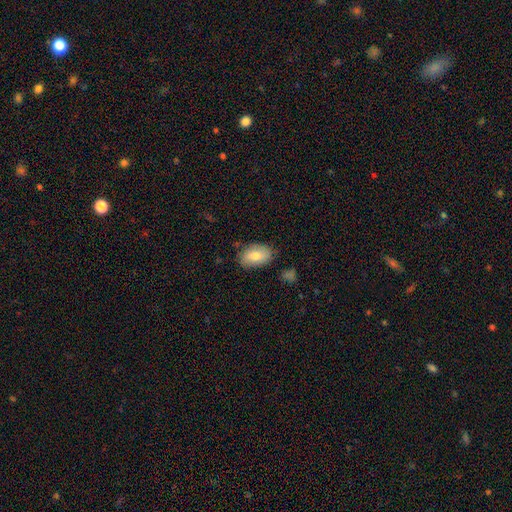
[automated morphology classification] Overall: smooth (77%). How rounded: in between (91%). Merging: none (76%).